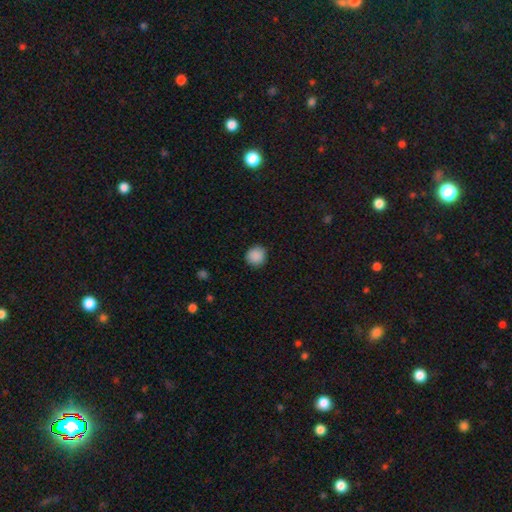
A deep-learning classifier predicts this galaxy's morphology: Q: Smooth or featured?
A: smooth (89%); runner-up: star or artifact (8%)
Q: How rounded?
A: round (91%); runner-up: in between (8%)
Q: Merging?
A: none (88%); runner-up: minor disturbance (9%)